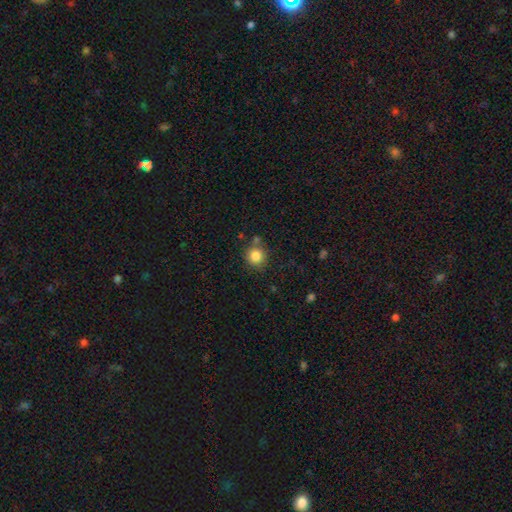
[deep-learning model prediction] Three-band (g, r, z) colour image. It shows a smooth galaxy with no disk features (84%) that is round (91%). Merging: none (78%).